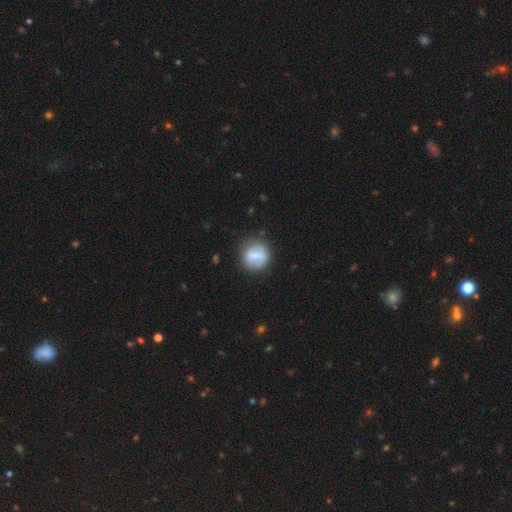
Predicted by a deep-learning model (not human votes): A smooth galaxy with no disk features (60%) that is round (84%). Merging: none (77%).